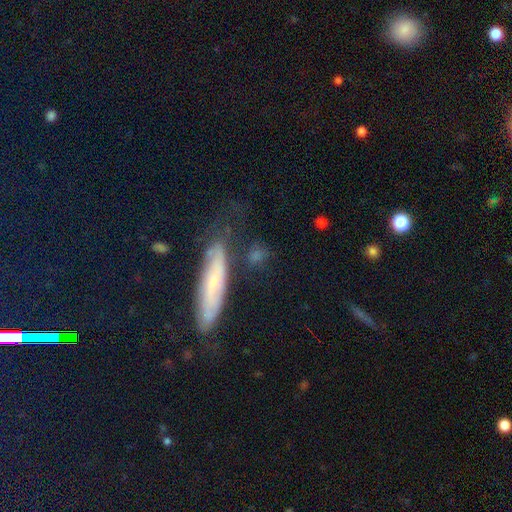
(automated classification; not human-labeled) smooth-or-featured: smooth: 46% | featured or disk: 44% | star or artifact: 10%
  merging: none: 65% | minor disturbance: 20% | major disturbance: 9% | merger: 6%